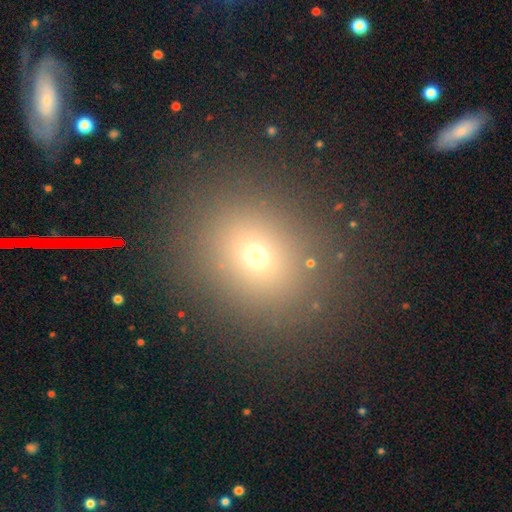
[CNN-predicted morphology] smooth_or_featured: smooth (p=0.65) [alt: star or artifact p=0.25]
how_rounded: round (p=0.72) [alt: in between p=0.27]
merging: none (p=0.87) [alt: minor disturbance p=0.07]